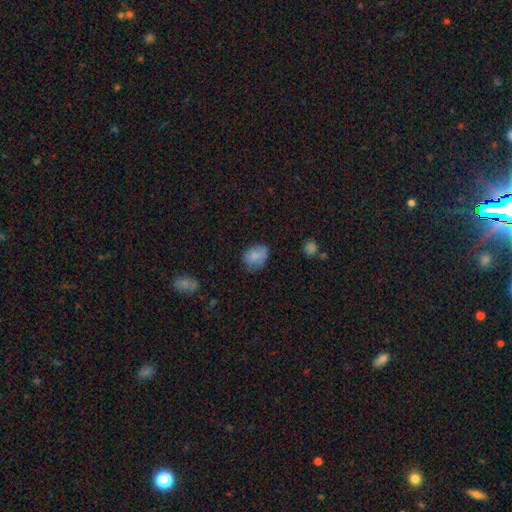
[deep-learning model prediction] smooth 79%, featured or disk 12%, star or artifact 9%. Down the decision tree: how rounded — in between (58%); merging — none (62%).